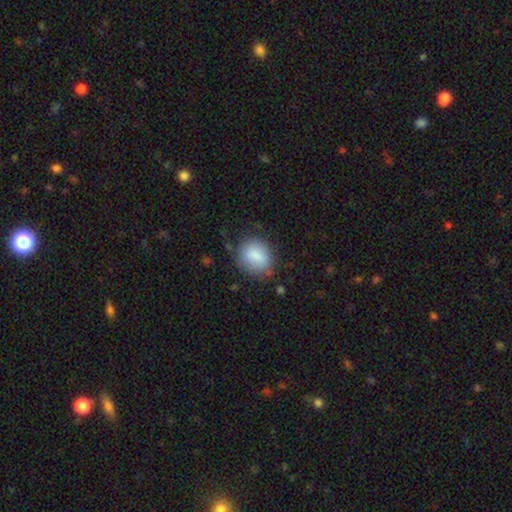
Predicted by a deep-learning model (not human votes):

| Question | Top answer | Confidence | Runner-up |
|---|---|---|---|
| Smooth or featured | smooth | 85% | star or artifact (8%) |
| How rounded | round | 61% | in between (38%) |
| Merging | none | 71% | minor disturbance (19%) |